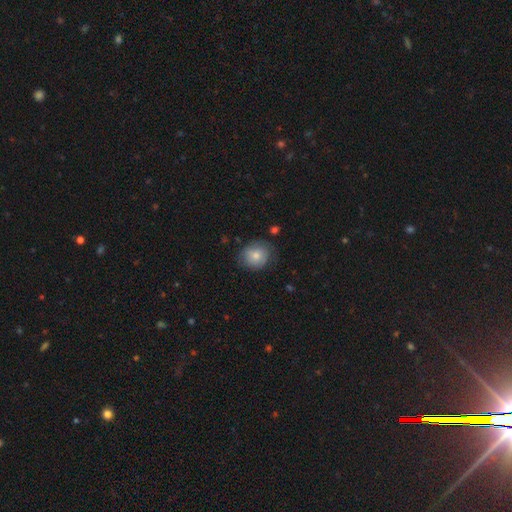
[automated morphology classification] smooth 76%, featured or disk 16%, star or artifact 8%. Down the decision tree: how rounded — round (69%); merging — none (71%).